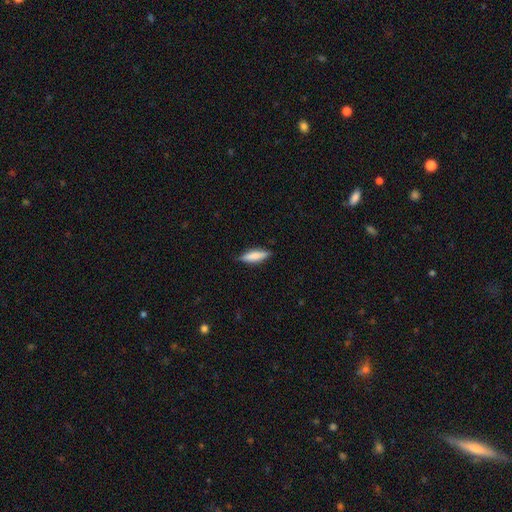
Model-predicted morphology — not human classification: This is likely a smooth galaxy (77%). How rounded: likely cigar-shaped (60%). Merging: clearly none (85%).